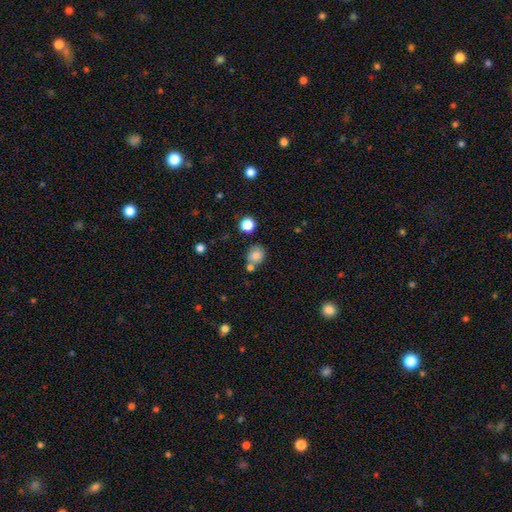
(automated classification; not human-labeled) Smooth or featured? Predicted: smooth (p=0.82). How rounded? Predicted: round (p=0.78). Merging? Predicted: none (p=0.59).